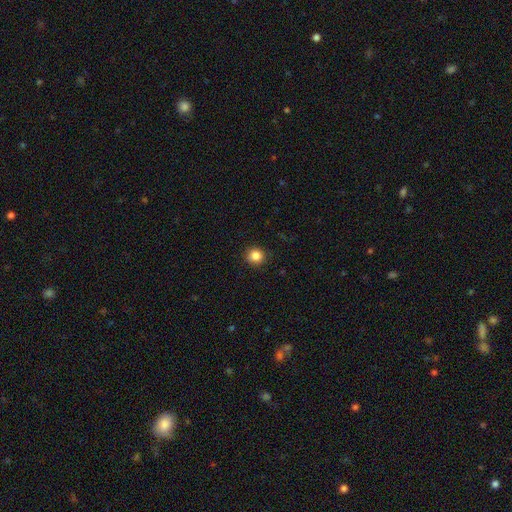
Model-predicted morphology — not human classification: Smooth or featured?
  - smooth: 85% *
  - star or artifact: 10%
  - featured or disk: 4%
How rounded?
  - round: 90% *
  - in between: 9%
  - cigar-shaped: 1%
Merging?
  - none: 91% *
  - minor disturbance: 6%
  - major disturbance: 2%
  - merger: 1%